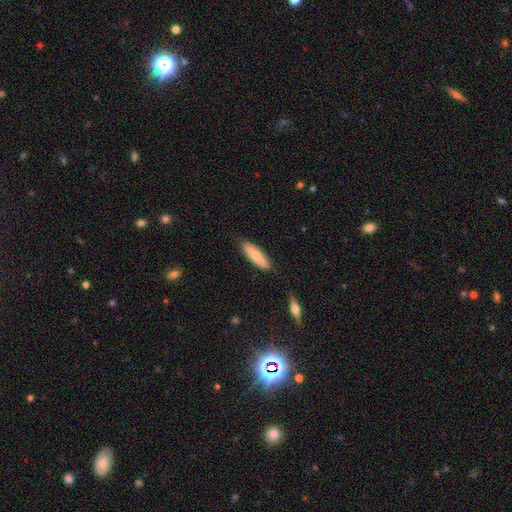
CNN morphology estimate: Smooth or featured: smooth — 71% (featured or disk — 23%)
How rounded: cigar-shaped — 64% (in between — 35%)
Merging: none — 84% (minor disturbance — 12%)